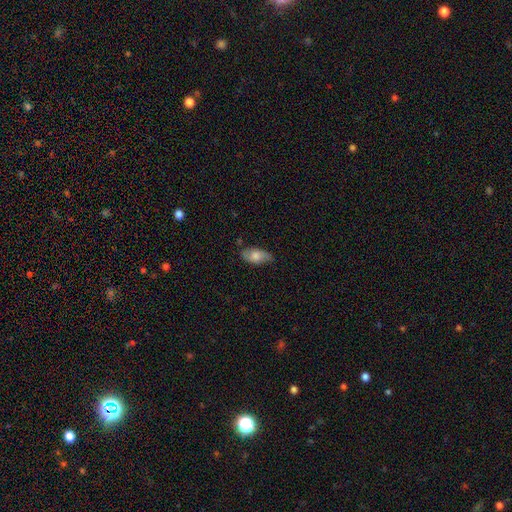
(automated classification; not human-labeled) The model was most divided on "smooth or featured": smooth: 63%, featured or disk: 30%, star or artifact: 7%. More confident: how rounded — in between (90%); merging — none (72%).